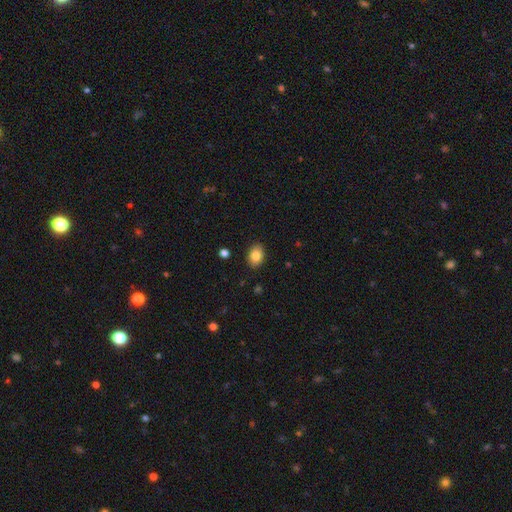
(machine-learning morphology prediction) Smooth or featured?
  - smooth: 86% *
  - star or artifact: 8%
  - featured or disk: 6%
How rounded?
  - in between: 77% *
  - round: 22%
  - cigar-shaped: 1%
Merging?
  - none: 88% *
  - minor disturbance: 9%
  - major disturbance: 2%
  - merger: 1%